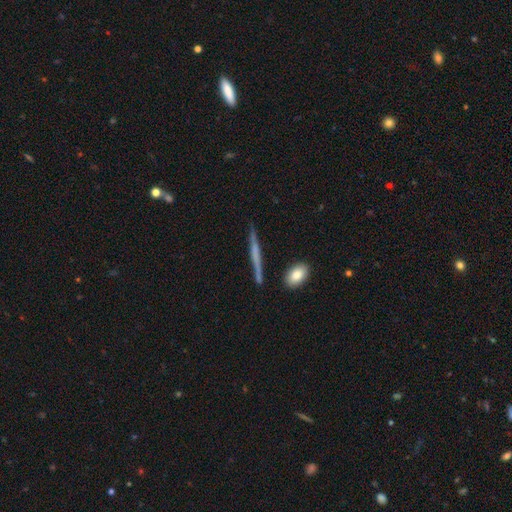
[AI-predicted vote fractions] smooth-or-featured: featured or disk: 49% | smooth: 44% | star or artifact: 7%
  merging: none: 85% | minor disturbance: 10% | merger: 3% | major disturbance: 2%